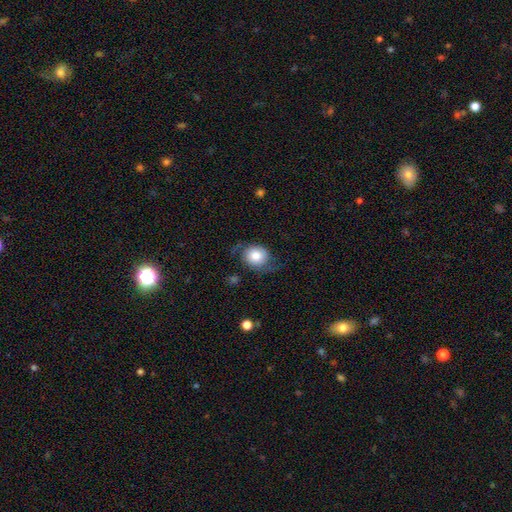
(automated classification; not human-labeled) A smooth galaxy with no disk features (55%) that is round (68%). Merging: none (59%).